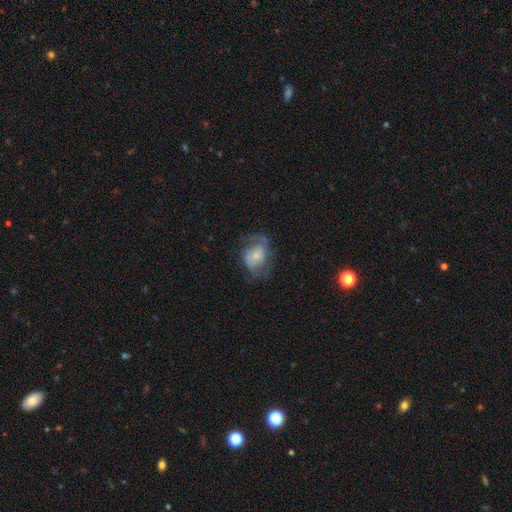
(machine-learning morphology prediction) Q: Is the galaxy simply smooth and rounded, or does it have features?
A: featured or disk — 46%, tied with smooth.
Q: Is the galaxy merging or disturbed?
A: none — 46%.